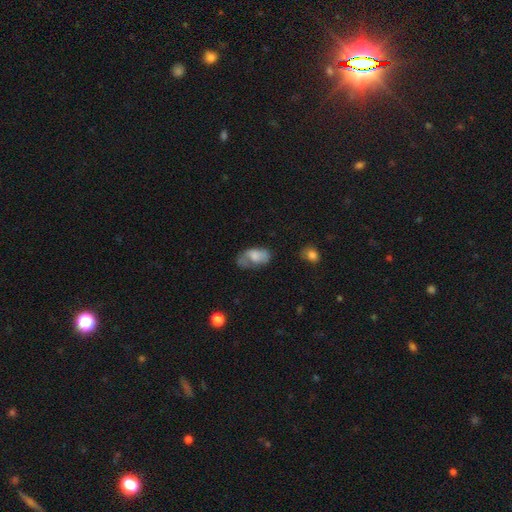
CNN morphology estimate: A smooth galaxy with no disk features (63%) that is in between round and cigar-shaped (91%).

Vote fractions:
- Smooth or featured? smooth: 63% / featured or disk: 29% / star or artifact: 8%
- How rounded? in between: 91% / round: 6% / cigar-shaped: 2%
- Merging? none: 38% / minor disturbance: 32% / major disturbance: 26% / merger: 4%